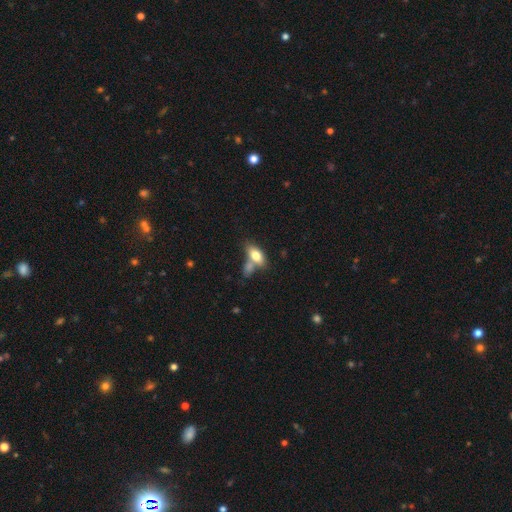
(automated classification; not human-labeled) A smooth galaxy with no disk features (76%) that is in between round and cigar-shaped (86%).

Vote fractions:
- Smooth or featured? smooth: 76% / featured or disk: 17% / star or artifact: 7%
- How rounded? in between: 86% / cigar-shaped: 8% / round: 5%
- Merging? none: 42% / merger: 37% / minor disturbance: 14% / major disturbance: 6%